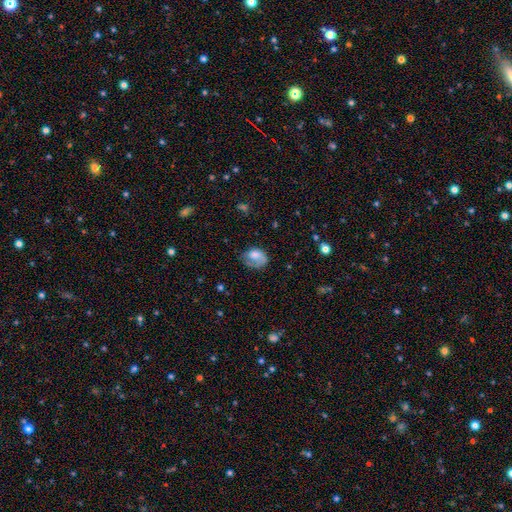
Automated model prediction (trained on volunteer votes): A smooth galaxy with no disk features (55%) that is in between round and cigar-shaped (64%).

Vote fractions:
- Smooth or featured? smooth: 55% / featured or disk: 36% / star or artifact: 9%
- How rounded? in between: 64% / round: 35% / cigar-shaped: 1%
- Merging? none: 38% / major disturbance: 30% / minor disturbance: 29% / merger: 3%